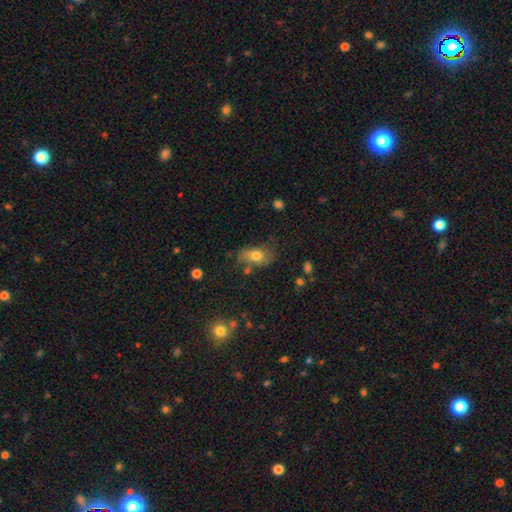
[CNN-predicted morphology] Q: Smooth or featured?
A: smooth (73%); runner-up: featured or disk (17%)
Q: How rounded?
A: in between (85%); runner-up: round (10%)
Q: Merging?
A: none (56%); runner-up: minor disturbance (26%)